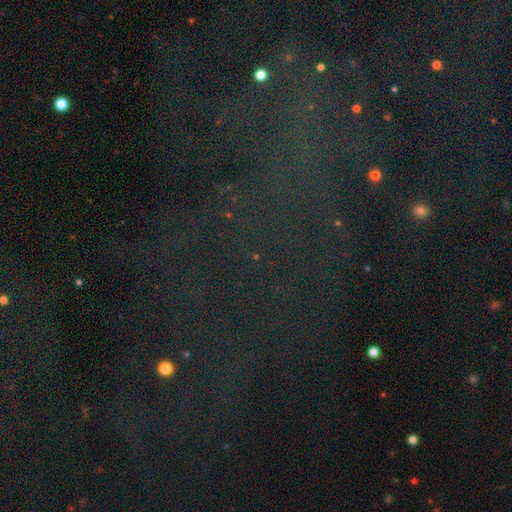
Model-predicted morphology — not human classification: type=star or artifact (78%).